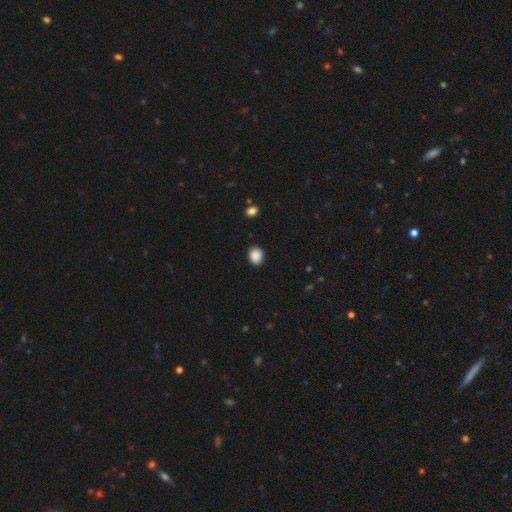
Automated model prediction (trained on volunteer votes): Smooth or featured?
  - smooth: 89% *
  - star or artifact: 8%
  - featured or disk: 3%
How rounded?
  - round: 60% *
  - in between: 39%
  - cigar-shaped: 1%
Merging?
  - none: 88% *
  - minor disturbance: 8%
  - major disturbance: 2%
  - merger: 1%